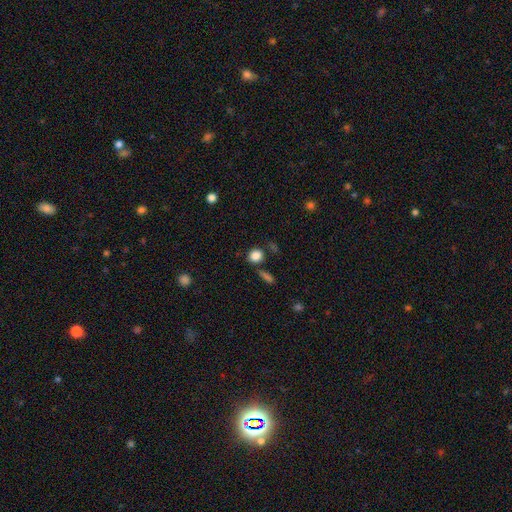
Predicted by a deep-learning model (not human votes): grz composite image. It shows a smooth galaxy with no disk features (84%) that is round (76%). Merging: none (76%).